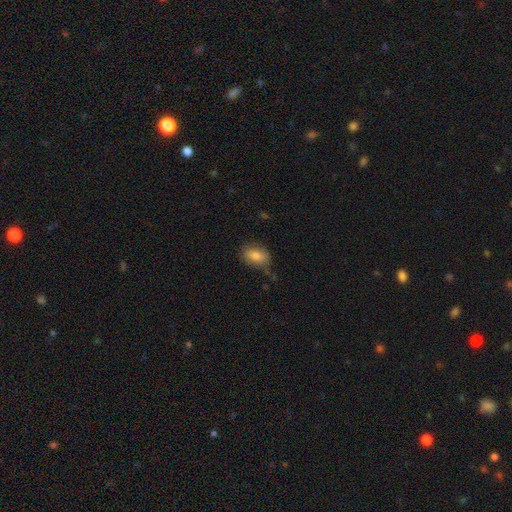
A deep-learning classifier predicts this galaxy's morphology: Q: Smooth or featured?
A: smooth (78%); runner-up: featured or disk (14%)
Q: How rounded?
A: in between (81%); runner-up: round (17%)
Q: Merging?
A: none (67%); runner-up: minor disturbance (24%)